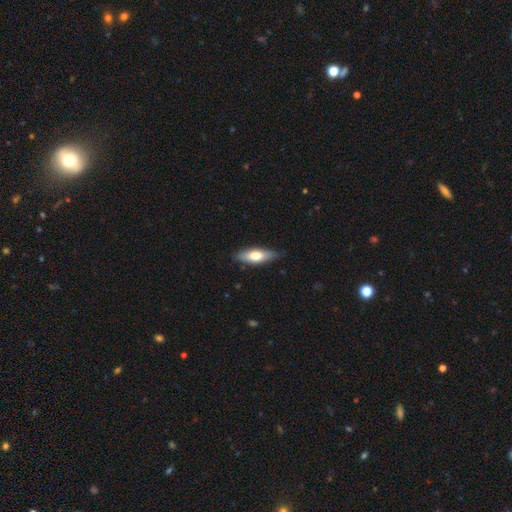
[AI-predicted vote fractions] This is likely a smooth galaxy (64%). How rounded: possibly in between (59%). Merging: clearly none (84%).